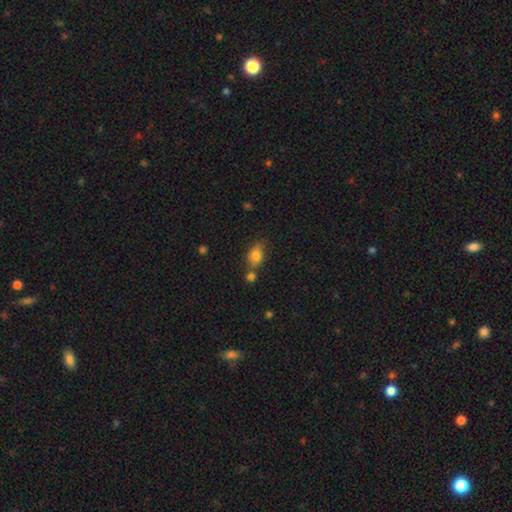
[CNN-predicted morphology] smooth-or-featured: smooth: 81% | star or artifact: 10% | featured or disk: 10%
  how-rounded: in between: 82% | round: 14% | cigar-shaped: 3%
  merging: none: 59% | merger: 21% | minor disturbance: 16% | major disturbance: 4%